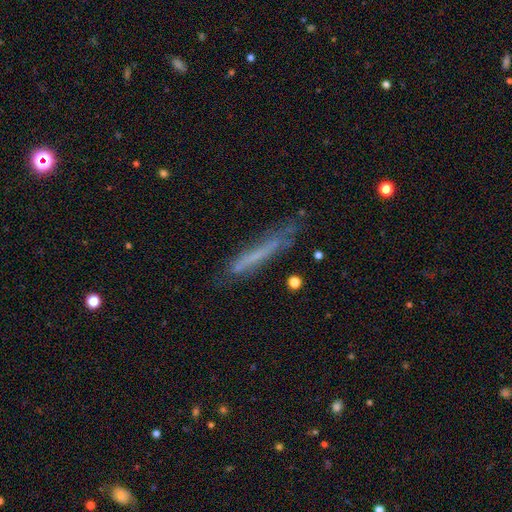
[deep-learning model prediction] This is possibly a smooth galaxy (50%). How rounded: clearly cigar-shaped (94%). Merging: likely none (62%).